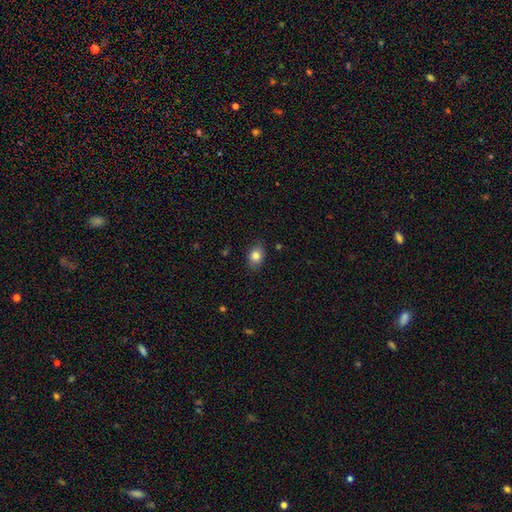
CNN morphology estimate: type=smooth (84%); roundness=in between (69%); merging=none (86%).